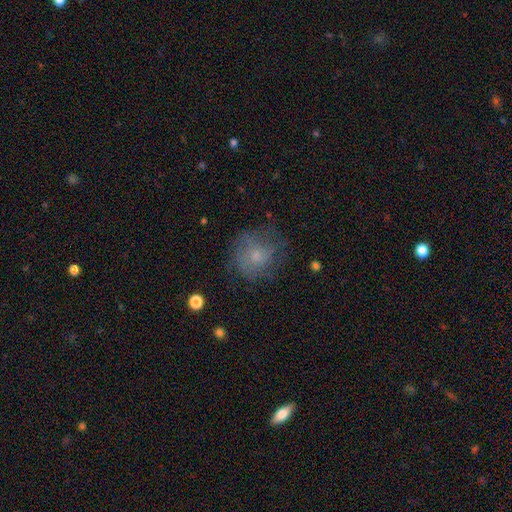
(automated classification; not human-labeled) This is possibly a smooth galaxy (60%). How rounded: clearly round (85%). Merging: likely none (64%).